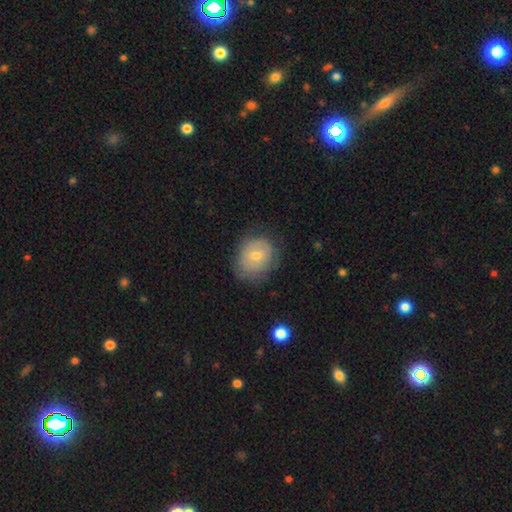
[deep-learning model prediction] smooth-or-featured: smooth: 60% | featured or disk: 31% | star or artifact: 9%
  how-rounded: round: 64% | in between: 35% | cigar-shaped: 1%
  merging: none: 67% | minor disturbance: 23% | major disturbance: 8% | merger: 1%